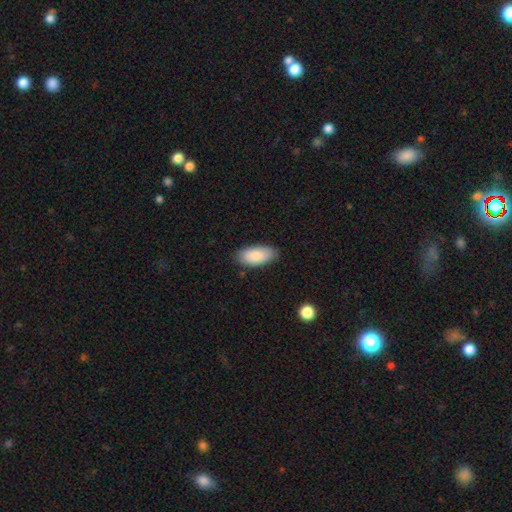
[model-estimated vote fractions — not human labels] Smooth or featured? Predicted: smooth (p=0.86). How rounded? Predicted: in between (p=0.93). Merging? Predicted: none (p=0.85).